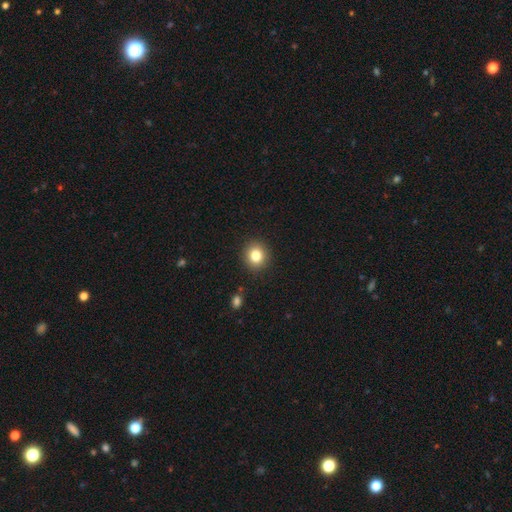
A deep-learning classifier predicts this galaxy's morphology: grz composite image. It shows a smooth galaxy with no disk features (82%) that is round (86%). Merging: none (91%).